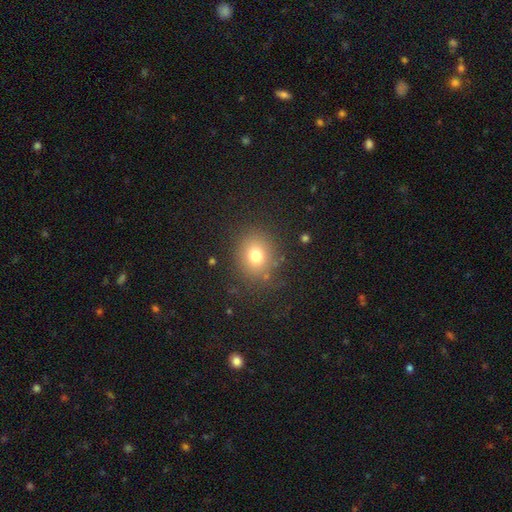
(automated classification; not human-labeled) Smooth or featured? Predicted: smooth (p=0.75). How rounded? Predicted: round (p=0.73). Merging? Predicted: none (p=0.82).